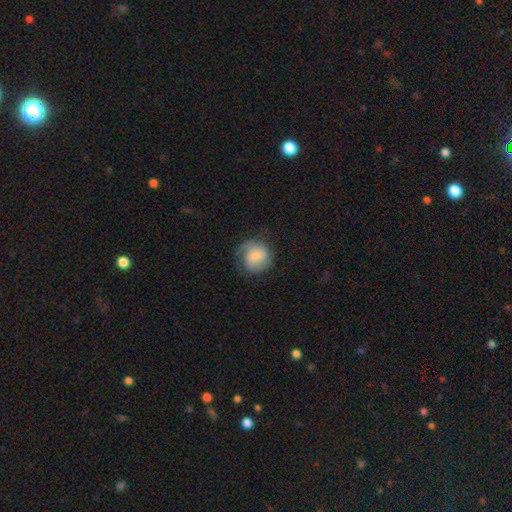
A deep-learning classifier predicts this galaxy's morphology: Overall: smooth (55%; featured or disk 38%). How rounded: round (81%). Merging: none (63%; minor disturbance 23%).